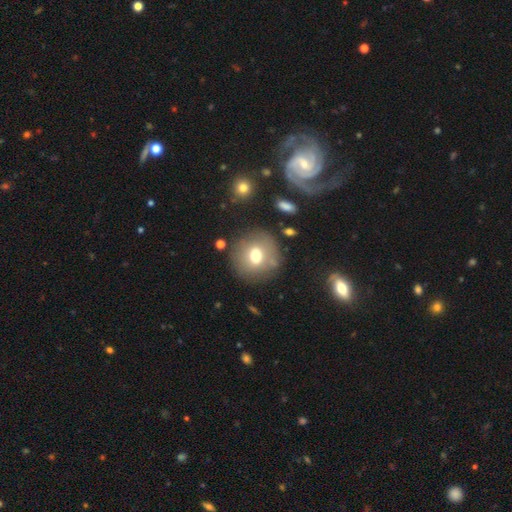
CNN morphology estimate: The model was most divided on "smooth or featured": smooth: 65%, featured or disk: 24%, star or artifact: 11%. More confident: how rounded — round (85%); merging — none (78%).